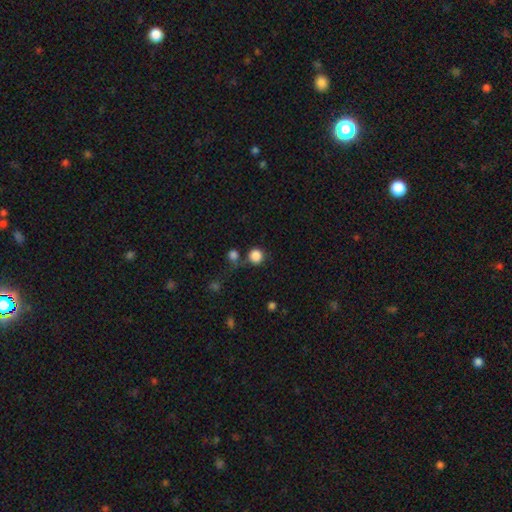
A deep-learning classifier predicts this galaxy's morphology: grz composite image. It shows a smooth galaxy with no disk features (86%) that is round (93%). Merging: none (70%).